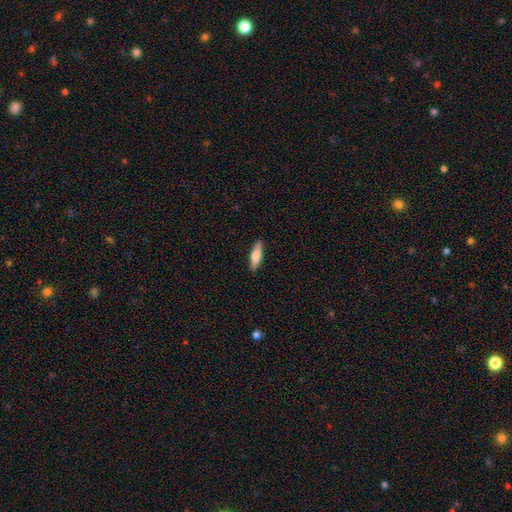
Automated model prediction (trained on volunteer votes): smooth 74%, featured or disk 21%, star or artifact 6%. Down the decision tree: how rounded — cigar-shaped (56%); merging — none (88%).